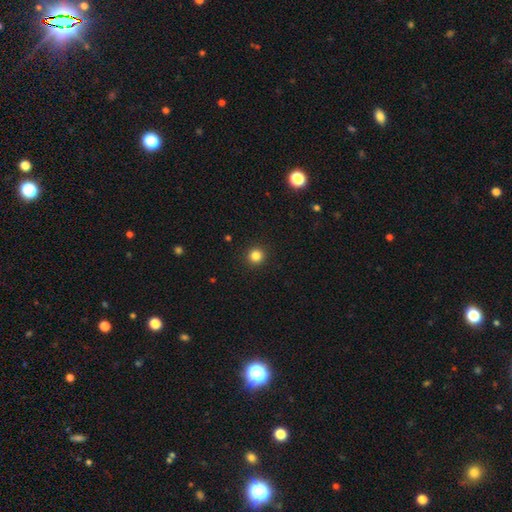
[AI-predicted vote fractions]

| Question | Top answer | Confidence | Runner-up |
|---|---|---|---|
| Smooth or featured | smooth | 83% | star or artifact (13%) |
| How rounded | round | 95% | in between (4%) |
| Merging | none | 93% | minor disturbance (4%) |